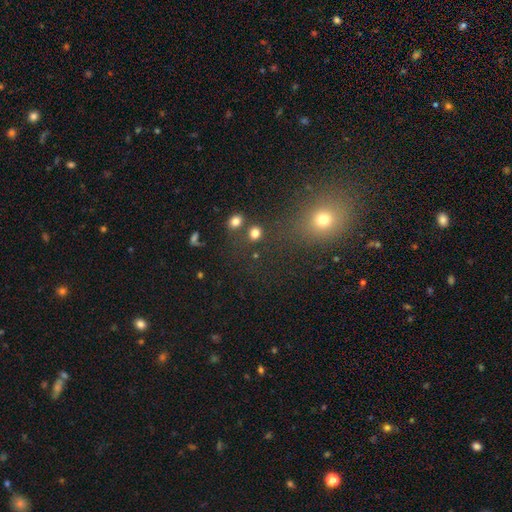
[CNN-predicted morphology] A smooth galaxy with no disk features (55%) that is round (55%). Merging: none (75%).